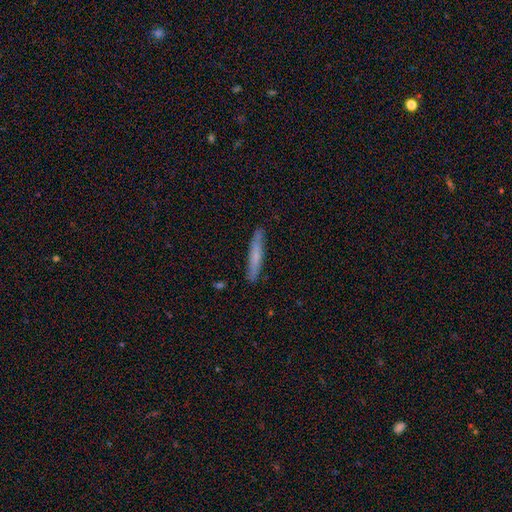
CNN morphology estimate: A smooth galaxy with no disk features (62%) that is cigar-shaped (94%). Merging: none (86%).